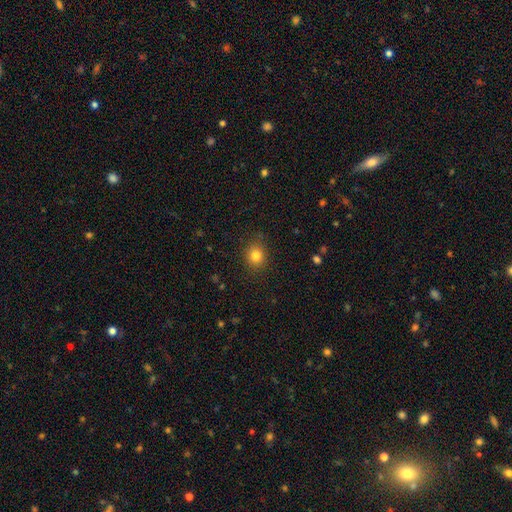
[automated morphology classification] Smooth or featured? Predicted: smooth (p=0.82). How rounded? Predicted: round (p=0.79). Merging? Predicted: none (p=0.87).